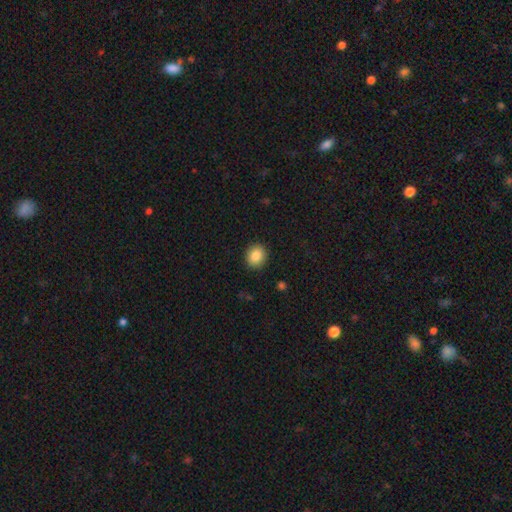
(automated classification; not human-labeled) Overall: smooth (86%). How rounded: round (71%). Merging: none (90%).